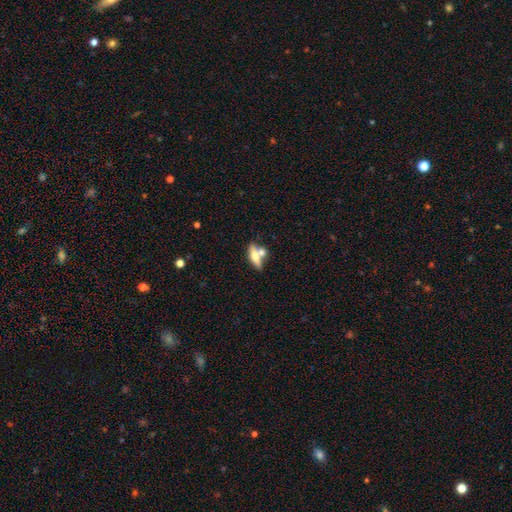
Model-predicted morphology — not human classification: smooth-or-featured: smooth: 56% | featured or disk: 37% | star or artifact: 7%
  how-rounded: in between: 55% | cigar-shaped: 39% | round: 6%
  merging: none: 42% | merger: 41% | minor disturbance: 11% | major disturbance: 5%